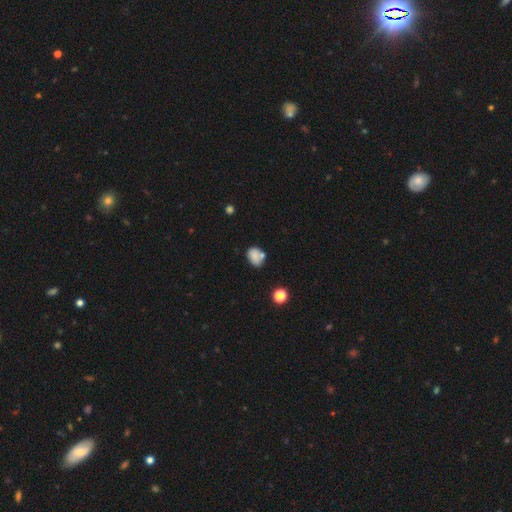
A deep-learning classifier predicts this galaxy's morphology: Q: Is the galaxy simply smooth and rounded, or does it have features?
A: smooth — 78%.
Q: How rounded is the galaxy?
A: in between — 60%.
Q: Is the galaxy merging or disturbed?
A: none — 53%.